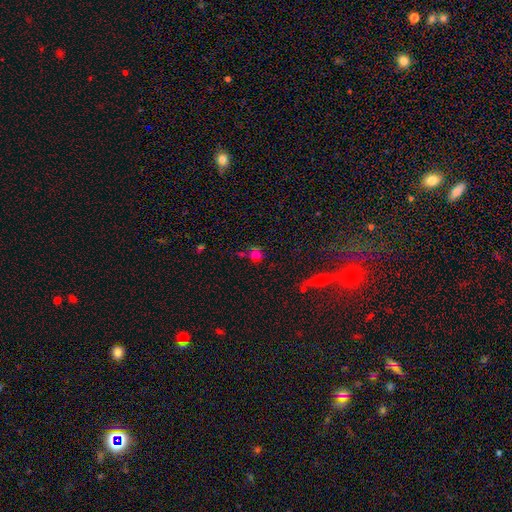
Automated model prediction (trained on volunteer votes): Overall: smooth (62%; star or artifact 26%). How rounded: round (81%). Merging: none (59%; merger 19%).